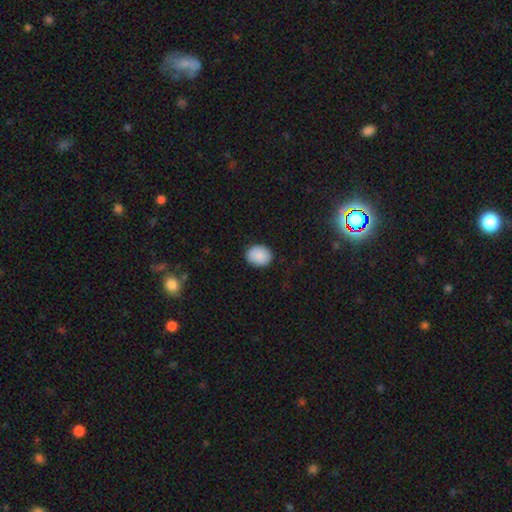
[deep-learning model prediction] Q: Smooth or featured?
A: smooth (89%); runner-up: star or artifact (7%)
Q: How rounded?
A: round (61%); runner-up: in between (38%)
Q: Merging?
A: none (87%); runner-up: minor disturbance (10%)